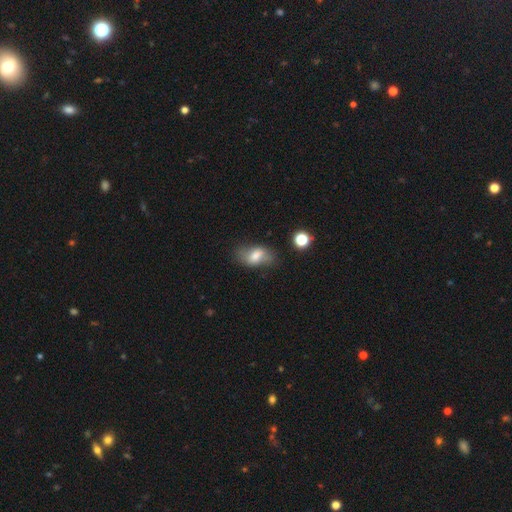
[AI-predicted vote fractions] A smooth galaxy with no disk features (64%) that is in between round and cigar-shaped (86%). Merging: none (58%).